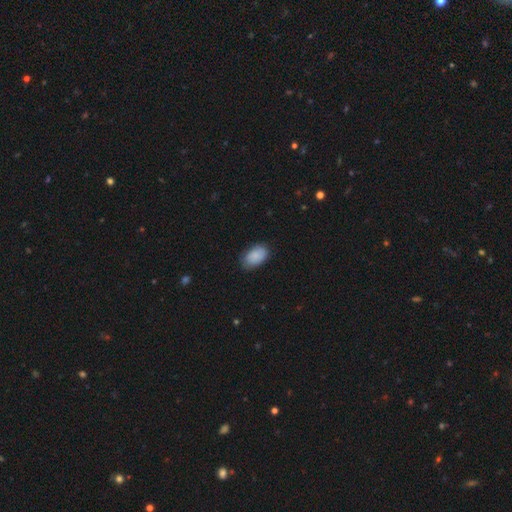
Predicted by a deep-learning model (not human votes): A smooth galaxy with no disk features (88%) that is in between round and cigar-shaped (92%).

Vote fractions:
- Smooth or featured? smooth: 88% / star or artifact: 7% / featured or disk: 5%
- How rounded? in between: 92% / round: 7% / cigar-shaped: 1%
- Merging? none: 78% / minor disturbance: 17% / major disturbance: 3% / merger: 1%